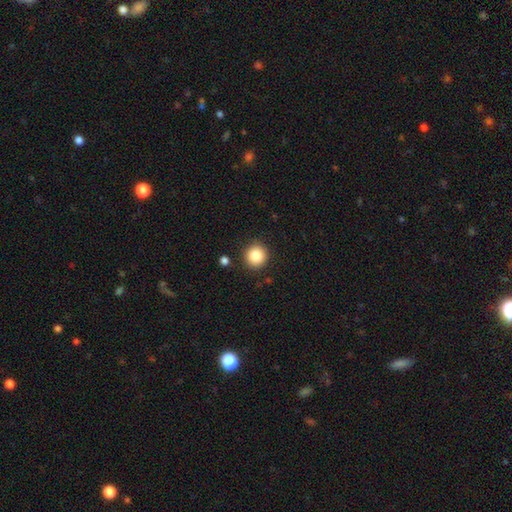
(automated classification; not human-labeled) smooth-or-featured: smooth: 85% | star or artifact: 10% | featured or disk: 5%
  how-rounded: round: 92% | in between: 7% | cigar-shaped: 1%
  merging: none: 89% | minor disturbance: 7% | major disturbance: 2% | merger: 2%